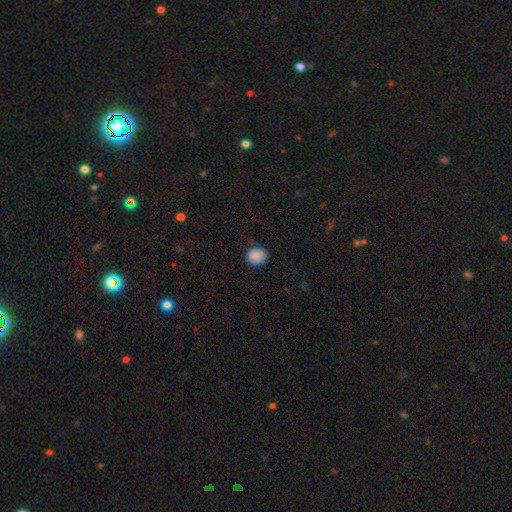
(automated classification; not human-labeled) smooth-or-featured: smooth: 87% | star or artifact: 10% | featured or disk: 3%
  how-rounded: round: 70% | in between: 29% | cigar-shaped: 1%
  merging: none: 79% | minor disturbance: 17% | major disturbance: 3% | merger: 1%